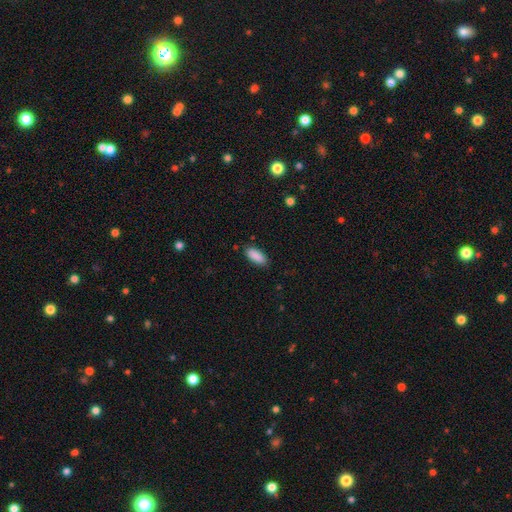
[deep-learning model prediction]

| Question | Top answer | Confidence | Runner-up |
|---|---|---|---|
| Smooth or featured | smooth | 90% | star or artifact (7%) |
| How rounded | in between | 79% | cigar-shaped (19%) |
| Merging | none | 87% | minor disturbance (10%) |